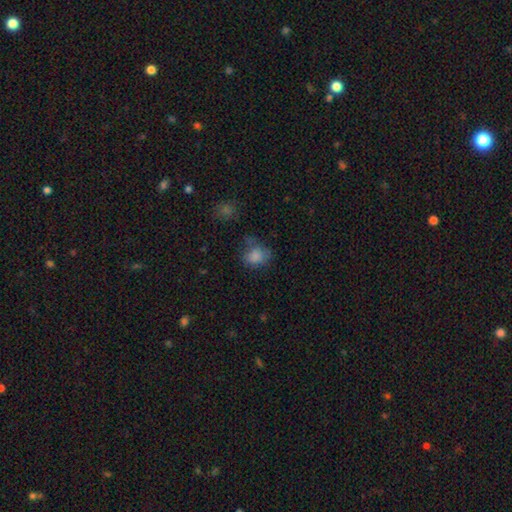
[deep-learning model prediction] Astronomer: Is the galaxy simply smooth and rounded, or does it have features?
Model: smooth — 80%.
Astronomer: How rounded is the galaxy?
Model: round — 55% (runner-up: in between, 44%).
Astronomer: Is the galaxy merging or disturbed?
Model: none — 46% (runner-up: minor disturbance, 28%).